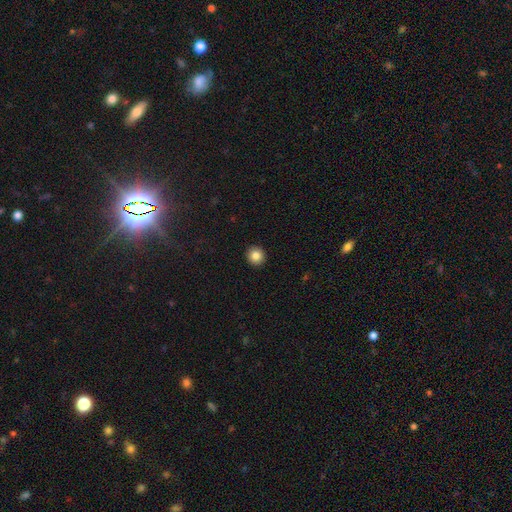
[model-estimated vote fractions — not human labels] Overall: smooth (85%). How rounded: round (93%). Merging: none (93%).